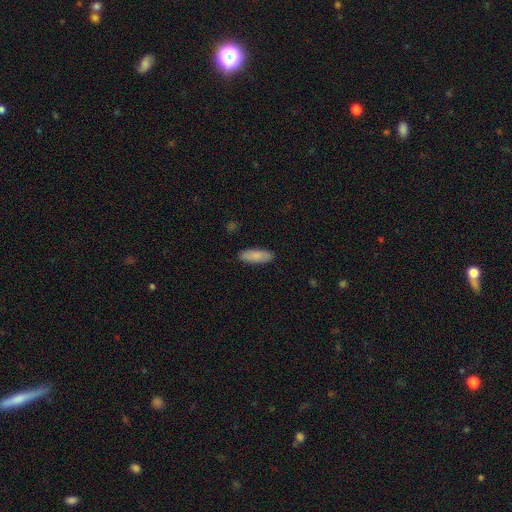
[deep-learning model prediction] smooth 85%, featured or disk 9%, star or artifact 6%. Down the decision tree: how rounded — in between (58%); merging — none (89%).